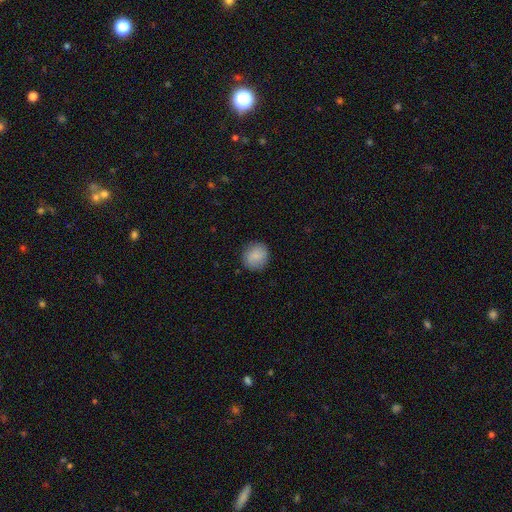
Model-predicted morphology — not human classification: Overall: smooth (87%). How rounded: round (85%). Merging: none (87%).